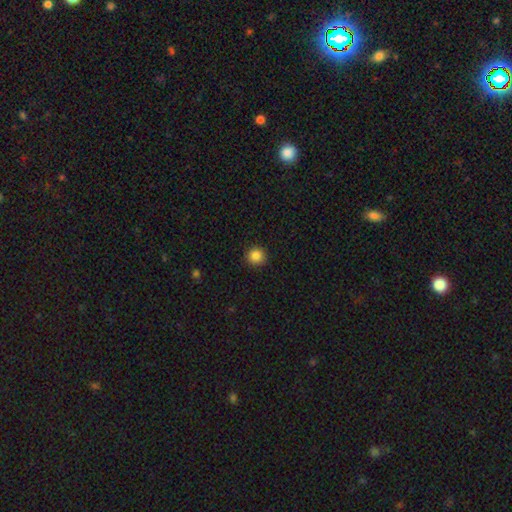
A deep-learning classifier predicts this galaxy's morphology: A smooth galaxy with no disk features (86%) that is round (93%).

Vote fractions:
- Smooth or featured? smooth: 86% / star or artifact: 10% / featured or disk: 3%
- How rounded? round: 93% / in between: 6% / cigar-shaped: 1%
- Merging? none: 91% / minor disturbance: 6% / major disturbance: 2% / merger: 1%